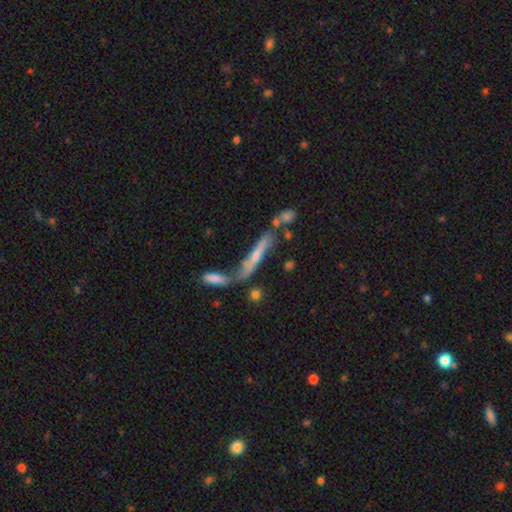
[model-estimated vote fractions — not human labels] featured or disk 60%, smooth 23%, star or artifact 17%. Down the decision tree: edge-on disk — yes (77%); merging — none (47%).